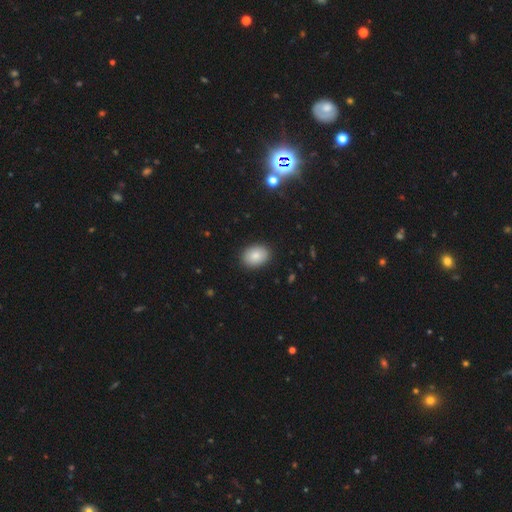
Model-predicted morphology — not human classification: smooth 85%, star or artifact 8%, featured or disk 7%. Down the decision tree: how rounded — in between (72%); merging — none (89%).